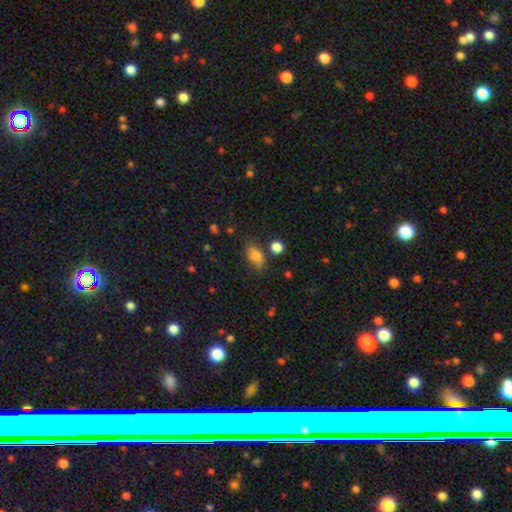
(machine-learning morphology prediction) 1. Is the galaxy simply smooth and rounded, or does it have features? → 82% smooth, 9% featured or disk, 9% star or artifact.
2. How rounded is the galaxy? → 87% in between, 9% round, 4% cigar-shaped.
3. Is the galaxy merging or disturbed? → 74% none, 16% minor disturbance, 5% merger, 4% major disturbance.